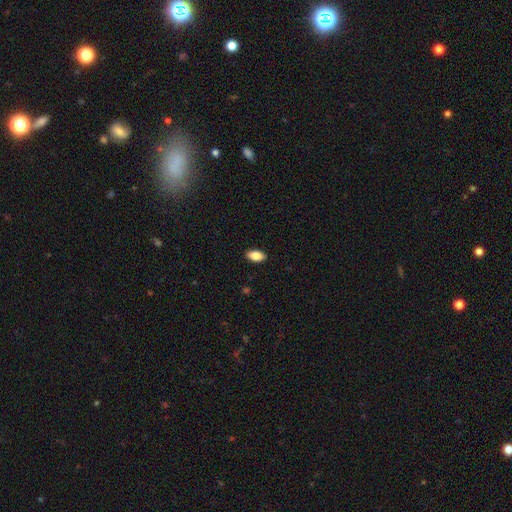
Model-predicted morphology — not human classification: Overall: smooth (84%). How rounded: in between (91%). Merging: none (89%).